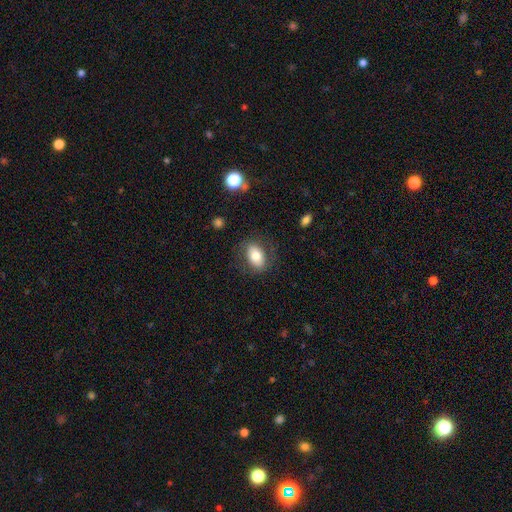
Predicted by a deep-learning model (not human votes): Smooth or featured? Predicted: smooth (p=0.76). How rounded? Predicted: in between (p=0.86). Merging? Predicted: none (p=0.78).